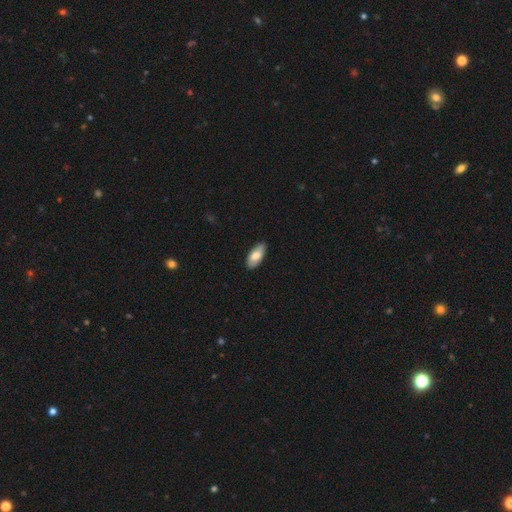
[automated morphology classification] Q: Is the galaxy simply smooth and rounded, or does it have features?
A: smooth — 77%.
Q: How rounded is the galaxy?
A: in between — 89%.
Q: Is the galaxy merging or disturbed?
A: none — 83%.